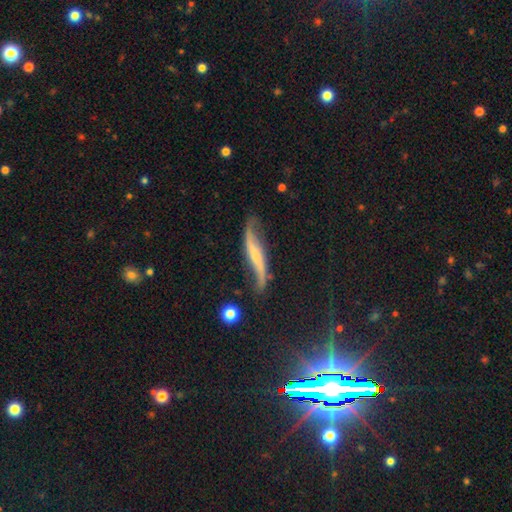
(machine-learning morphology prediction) A featured or disk galaxy (75%).

Vote fractions:
- Smooth or featured? featured or disk: 75% / smooth: 18% / star or artifact: 7%
- Edge-on disk? no: 65% / yes: 35%
- Merging? none: 59% / minor disturbance: 25% / major disturbance: 12% / merger: 4%